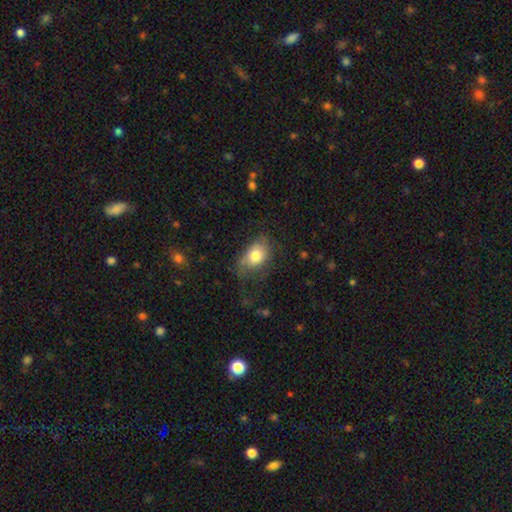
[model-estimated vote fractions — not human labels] smooth 75%, featured or disk 17%, star or artifact 8%. Down the decision tree: how rounded — in between (80%); merging — none (52%).